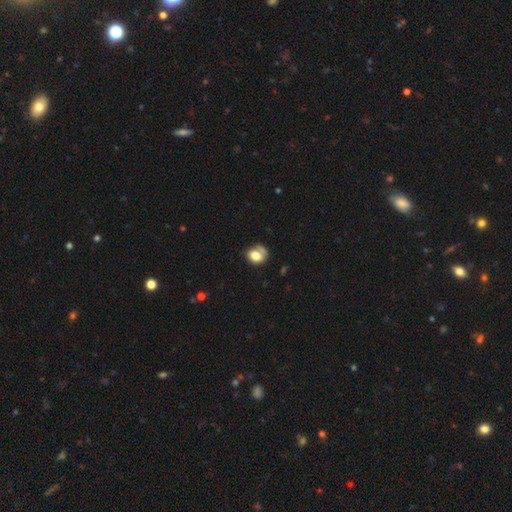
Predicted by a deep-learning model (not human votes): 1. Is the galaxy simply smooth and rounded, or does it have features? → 74% smooth, 17% featured or disk, 9% star or artifact.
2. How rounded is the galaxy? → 58% round, 41% in between, 1% cigar-shaped.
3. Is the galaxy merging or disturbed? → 48% none, 30% minor disturbance, 15% major disturbance, 7% merger.